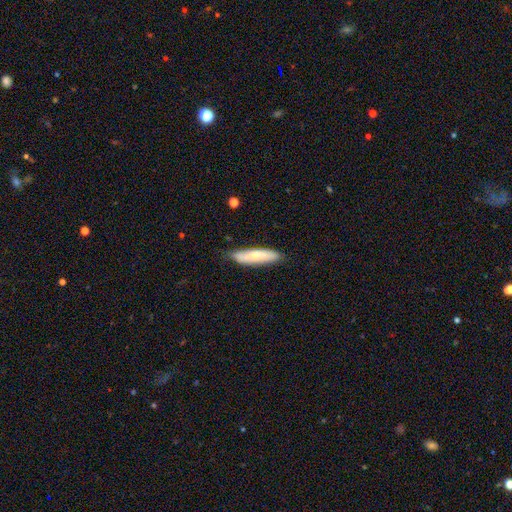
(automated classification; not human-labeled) Smooth or featured?
  - smooth: 67% *
  - featured or disk: 27%
  - star or artifact: 6%
How rounded?
  - cigar-shaped: 72% *
  - in between: 26%
  - round: 2%
Merging?
  - none: 81% *
  - minor disturbance: 15%
  - major disturbance: 2%
  - merger: 1%